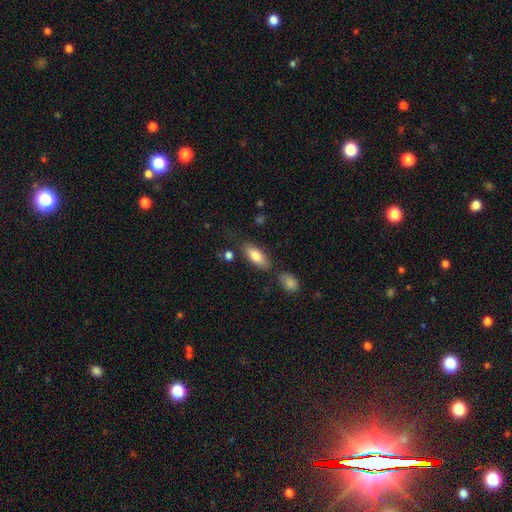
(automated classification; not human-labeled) Smooth or featured?
  - smooth: 78% *
  - featured or disk: 16%
  - star or artifact: 6%
How rounded?
  - in between: 81% *
  - cigar-shaped: 16%
  - round: 2%
Merging?
  - none: 74% *
  - minor disturbance: 15%
  - merger: 7%
  - major disturbance: 4%